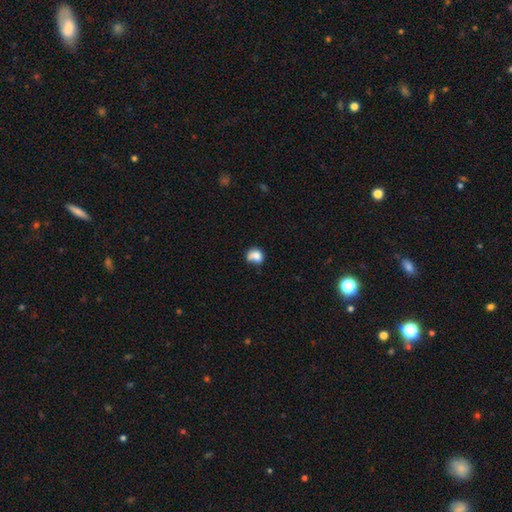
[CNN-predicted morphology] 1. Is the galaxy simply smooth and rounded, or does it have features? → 76% smooth, 14% featured or disk, 10% star or artifact.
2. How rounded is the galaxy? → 59% round, 40% in between, 1% cigar-shaped.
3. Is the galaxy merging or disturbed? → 37% none, 26% minor disturbance, 20% merger, 18% major disturbance.